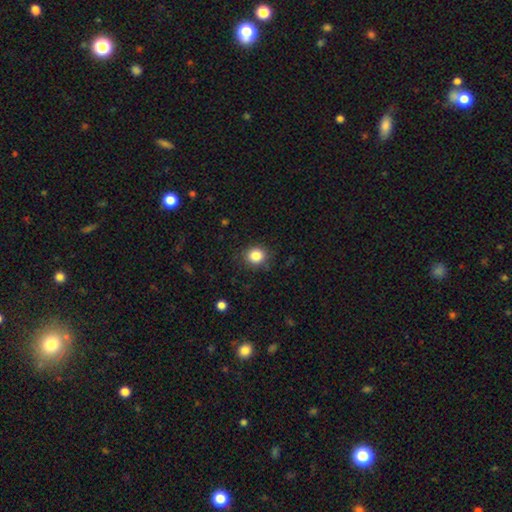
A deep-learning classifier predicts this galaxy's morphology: Overall: smooth (85%). How rounded: round (85%). Merging: none (87%).